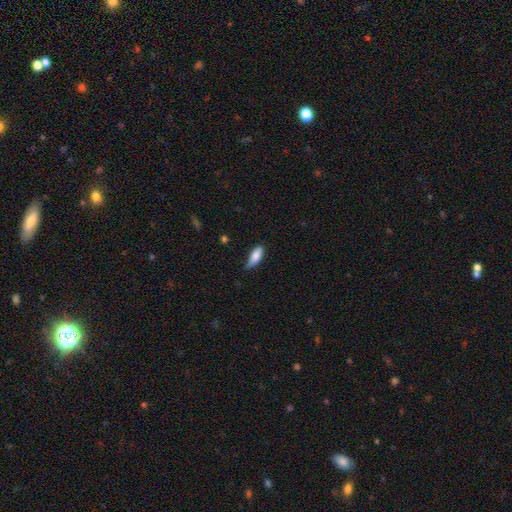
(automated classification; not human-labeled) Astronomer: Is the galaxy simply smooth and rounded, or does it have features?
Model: smooth — 82%.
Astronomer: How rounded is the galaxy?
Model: in between — 68%.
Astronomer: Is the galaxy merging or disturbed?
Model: none — 54% (runner-up: minor disturbance, 37%).